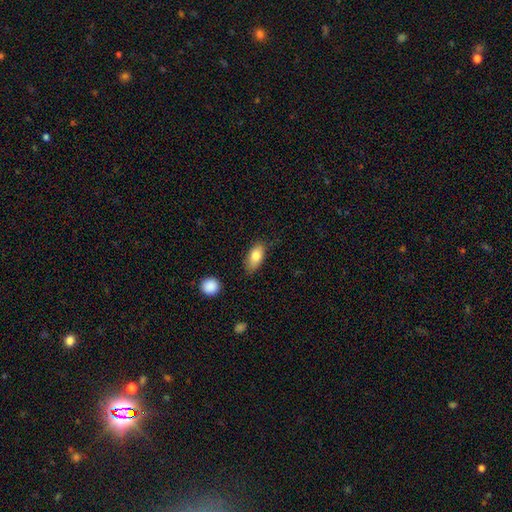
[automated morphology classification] This appears to be a smooth galaxy with no disk features (82%) that is in between round and cigar-shaped (89%). Merging: none (75%).